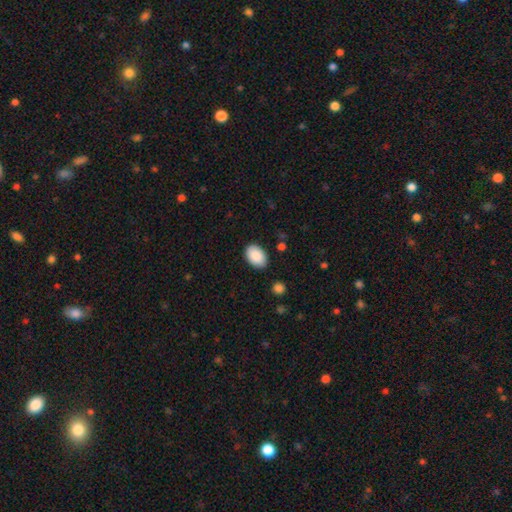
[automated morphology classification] A smooth galaxy with no disk features (89%) that is in between round and cigar-shaped (89%). Merging: none (85%).